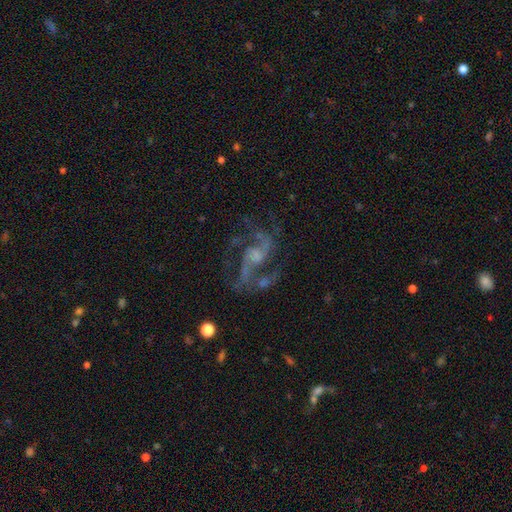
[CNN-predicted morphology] Q: Smooth or featured?
A: featured or disk (83%); runner-up: star or artifact (10%)
Q: Edge-on disk?
A: no (97%); runner-up: yes (3%)
Q: Bar?
A: no (47%); runner-up: weak (41%)
Q: Spiral arms?
A: yes (92%); runner-up: no (8%)
Q: Spiral winding?
A: medium (46%); runner-up: loose (44%)
Q: Spiral arm count?
A: 2 (69%); runner-up: 3 (11%)
Q: Bulge size?
A: small (43%); runner-up: moderate (32%)
Q: Merging?
A: none (54%); runner-up: major disturbance (22%)